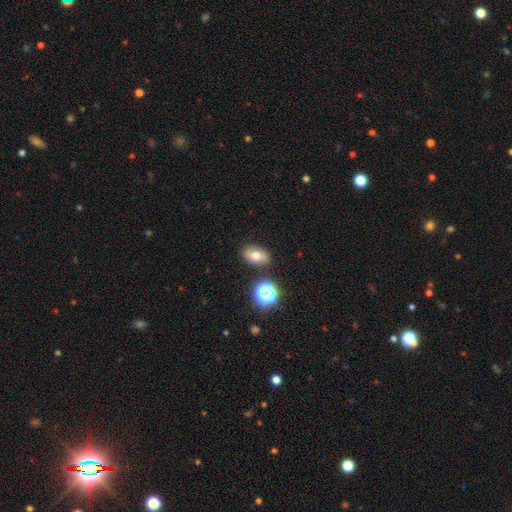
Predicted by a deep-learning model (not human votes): A smooth galaxy with no disk features (68%) that is in between round and cigar-shaped (81%). Merging: none (83%).